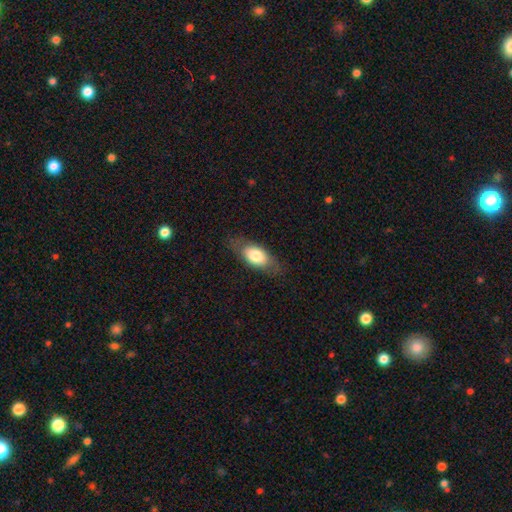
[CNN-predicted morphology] type=smooth (72%); roundness=in between (85%); merging=none (78%).